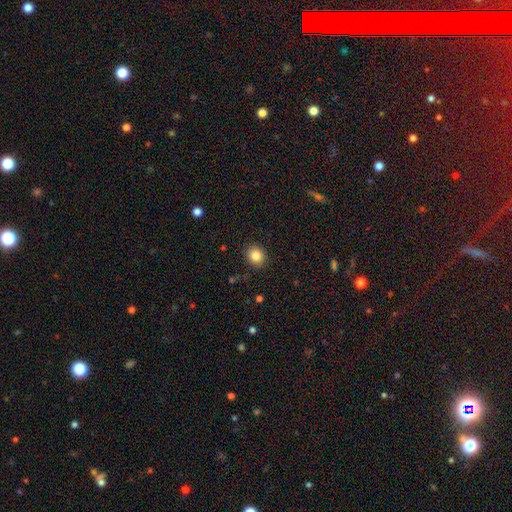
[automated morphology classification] The model was most divided on "how rounded": round: 72%, in between: 27%, cigar-shaped: 1%. More confident: merging — none (89%); smooth or featured — smooth (84%).